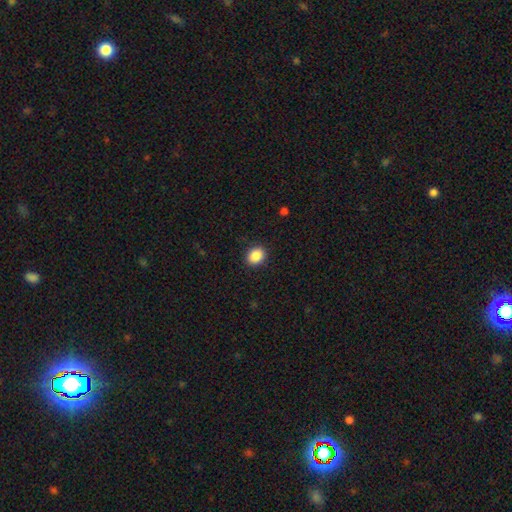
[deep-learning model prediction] A smooth galaxy with no disk features (88%) that is round (56%).

Vote fractions:
- Smooth or featured? smooth: 88% / star or artifact: 9% / featured or disk: 3%
- How rounded? round: 56% / in between: 43% / cigar-shaped: 1%
- Merging? none: 90% / minor disturbance: 7% / major disturbance: 2% / merger: 1%